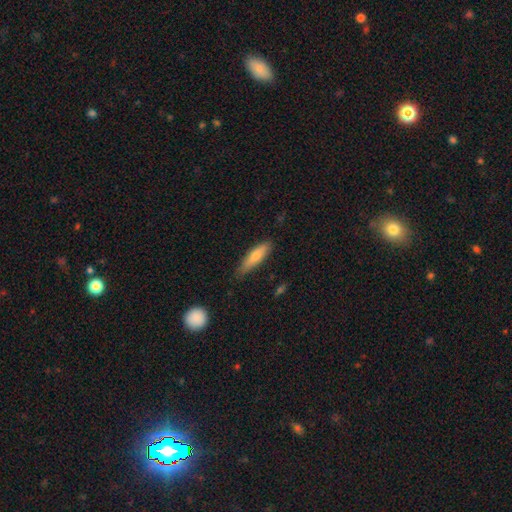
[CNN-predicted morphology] A smooth galaxy with no disk features (69%) that is cigar-shaped (70%).

Vote fractions:
- Smooth or featured? smooth: 69% / featured or disk: 25% / star or artifact: 6%
- How rounded? cigar-shaped: 70% / in between: 28% / round: 2%
- Merging? none: 76% / minor disturbance: 20% / major disturbance: 3% / merger: 2%